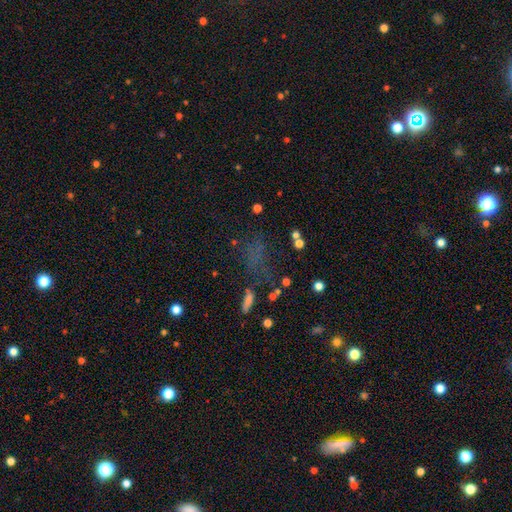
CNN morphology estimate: Smooth or featured? smooth (44%)
Merging? none (49%)